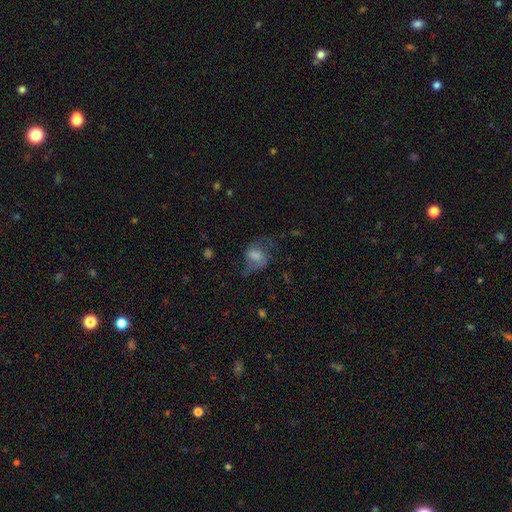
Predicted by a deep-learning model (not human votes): Smooth or featured? Predicted: smooth (p=0.53). How rounded? Predicted: in between (p=0.56). Merging? Predicted: none (p=0.42).